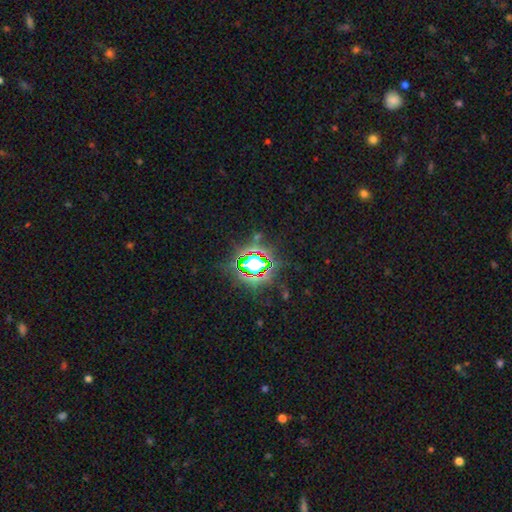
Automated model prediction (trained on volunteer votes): Q: Smooth or featured?
A: star or artifact (80%); runner-up: smooth (12%)